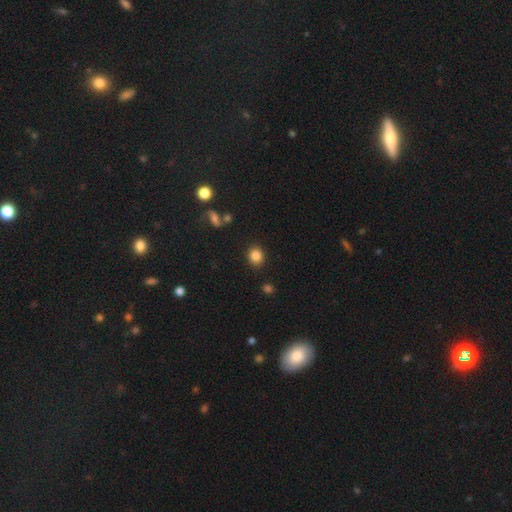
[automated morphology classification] This appears to be a smooth galaxy with no disk features (85%) that is round (80%). Merging: none (88%).